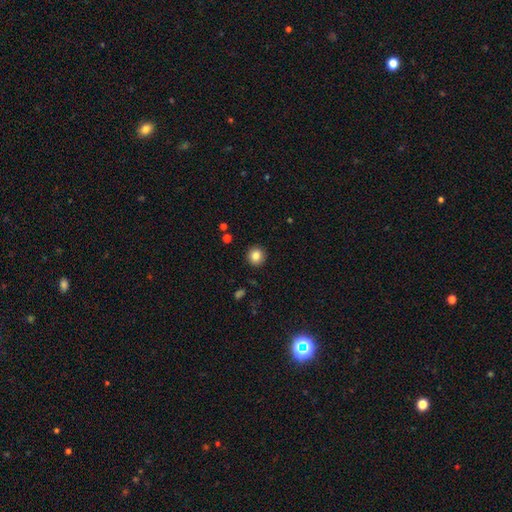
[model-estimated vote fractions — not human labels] Smooth or featured?
  - smooth: 84% *
  - star or artifact: 10%
  - featured or disk: 6%
How rounded?
  - round: 92% *
  - in between: 7%
  - cigar-shaped: 1%
Merging?
  - none: 92% *
  - minor disturbance: 5%
  - major disturbance: 2%
  - merger: 1%